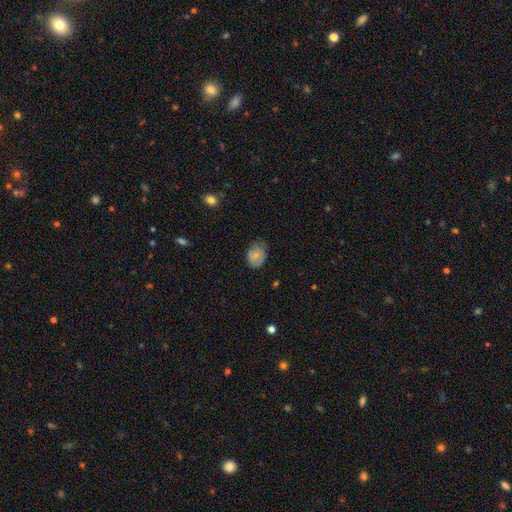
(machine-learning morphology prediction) type=smooth (77%); roundness=in between (62%); merging=none (63%).